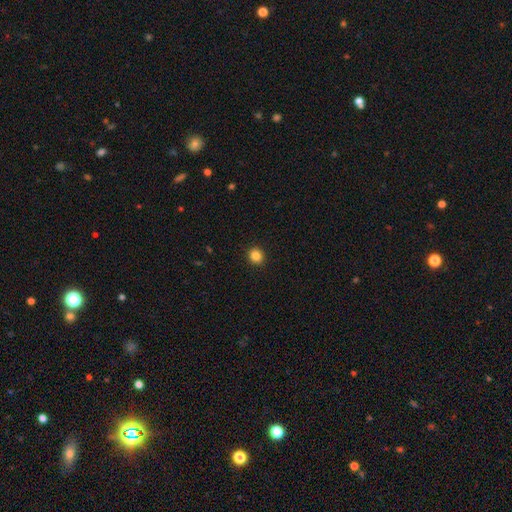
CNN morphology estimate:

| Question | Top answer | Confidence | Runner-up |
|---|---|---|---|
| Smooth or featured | smooth | 85% | star or artifact (11%) |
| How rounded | round | 89% | in between (10%) |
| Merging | none | 92% | minor disturbance (5%) |